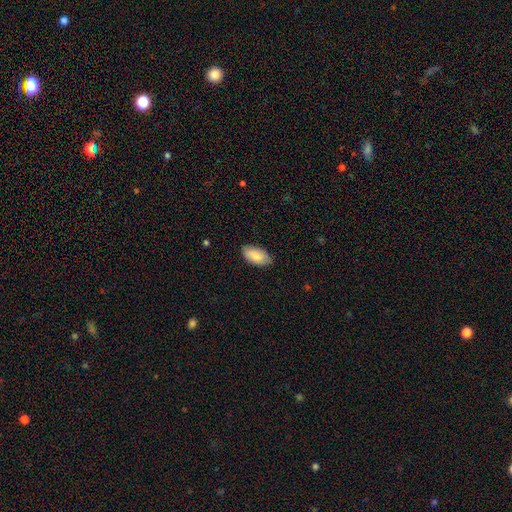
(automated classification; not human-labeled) This is clearly a smooth galaxy (85%). How rounded: clearly in between (94%). Merging: clearly none (82%).